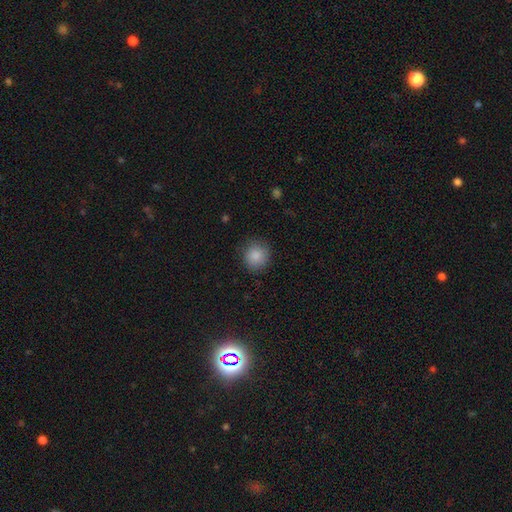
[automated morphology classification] type=smooth (87%); roundness=round (90%); merging=none (86%).